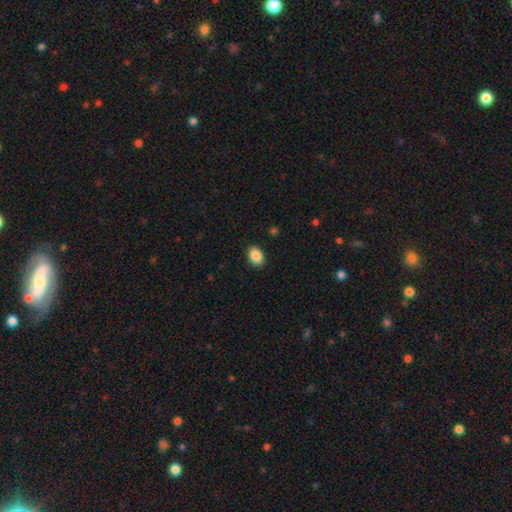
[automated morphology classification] type=smooth (88%); roundness=in between (78%); merging=none (89%).